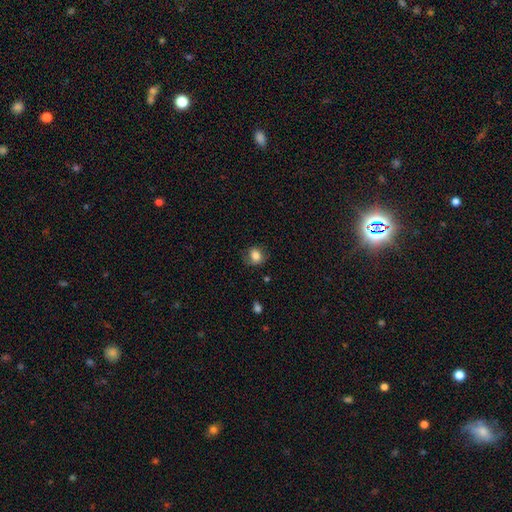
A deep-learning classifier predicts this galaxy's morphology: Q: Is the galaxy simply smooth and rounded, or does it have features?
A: smooth — 81%.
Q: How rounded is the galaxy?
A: round — 63%.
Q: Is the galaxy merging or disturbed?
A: none — 71%.